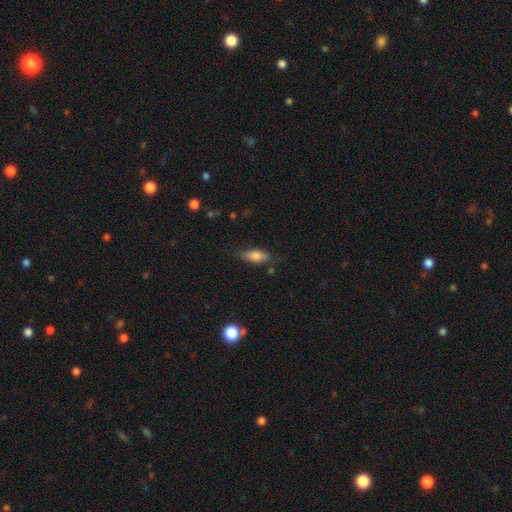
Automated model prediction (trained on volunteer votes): Smooth or featured? Predicted: smooth (p=0.78). How rounded? Predicted: in between (p=0.81). Merging? Predicted: none (p=0.75).